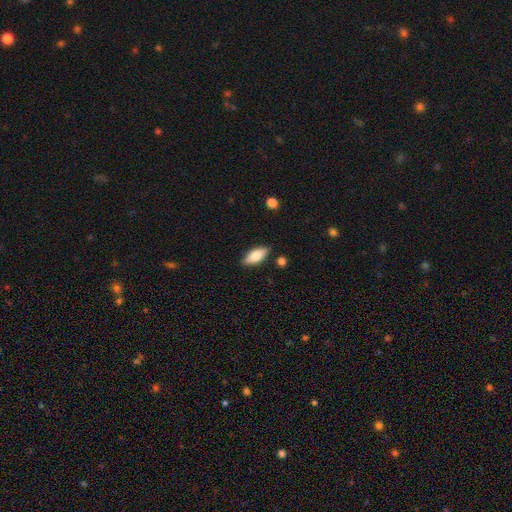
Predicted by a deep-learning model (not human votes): Q: Smooth or featured?
A: smooth (73%); runner-up: featured or disk (20%)
Q: How rounded?
A: in between (82%); runner-up: cigar-shaped (16%)
Q: Merging?
A: none (85%); runner-up: minor disturbance (11%)